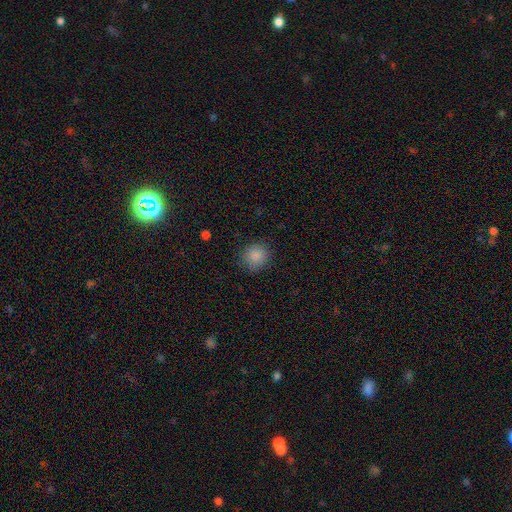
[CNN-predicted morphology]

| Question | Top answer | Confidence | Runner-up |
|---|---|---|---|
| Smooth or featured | smooth | 87% | star or artifact (10%) |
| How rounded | round | 83% | in between (16%) |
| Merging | none | 85% | minor disturbance (11%) |